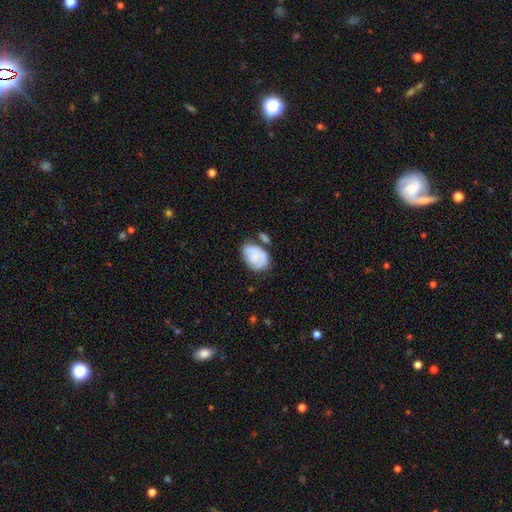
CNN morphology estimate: This appears to be a smooth galaxy with no disk features (68%) that is in between round and cigar-shaped (82%). Merging: none (40%).